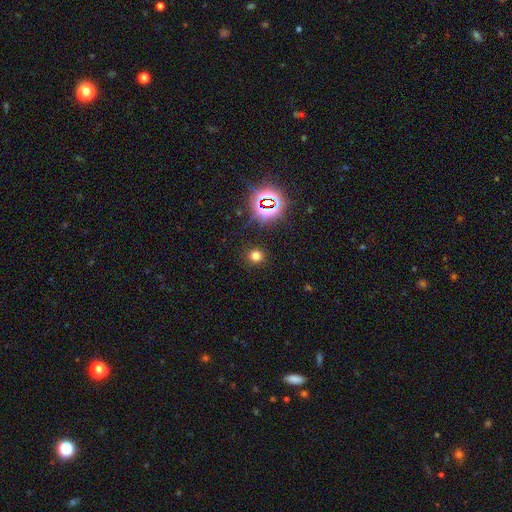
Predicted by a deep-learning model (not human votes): Smooth or featured? Predicted: smooth (p=0.70). How rounded? Predicted: round (p=0.87). Merging? Predicted: none (p=0.89).